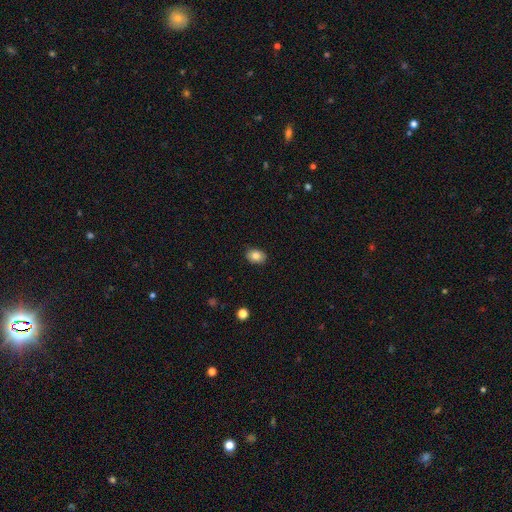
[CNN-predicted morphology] type=smooth (83%); roundness=in between (71%); merging=none (88%).